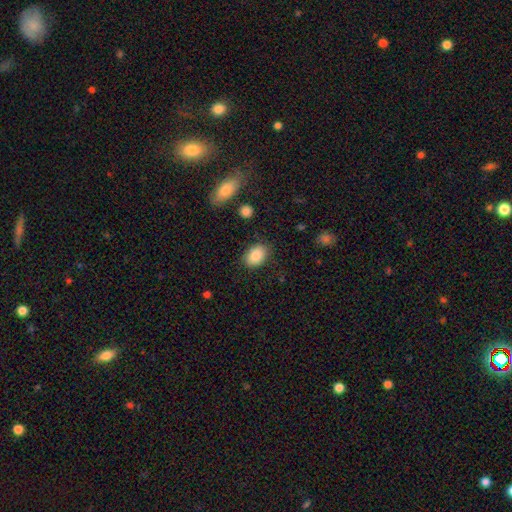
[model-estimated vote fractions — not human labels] Smooth or featured: smooth — 86% (star or artifact — 8%)
How rounded: in between — 82% (round — 17%)
Merging: none — 84% (minor disturbance — 11%)